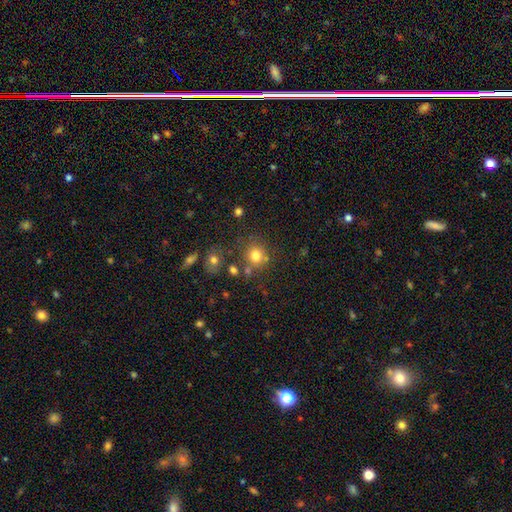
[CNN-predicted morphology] Smooth or featured?
  - smooth: 76% *
  - star or artifact: 16%
  - featured or disk: 8%
How rounded?
  - round: 84% *
  - in between: 15%
  - cigar-shaped: 1%
Merging?
  - none: 69% *
  - merger: 13%
  - minor disturbance: 13%
  - major disturbance: 5%